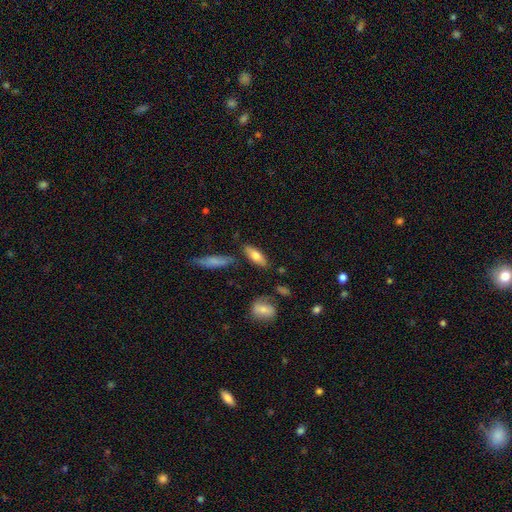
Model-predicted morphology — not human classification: type=smooth (69%); roundness=in between (65%); merging=none (79%).